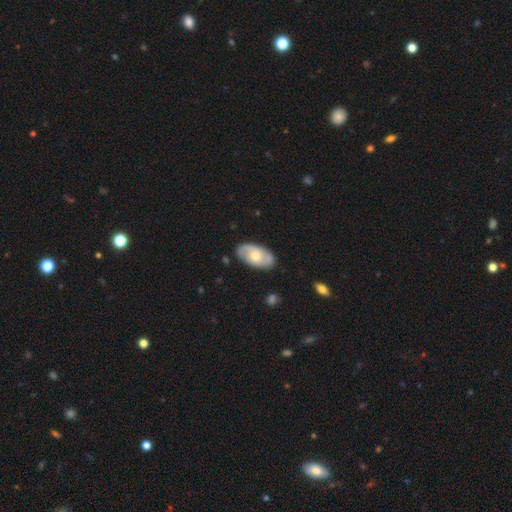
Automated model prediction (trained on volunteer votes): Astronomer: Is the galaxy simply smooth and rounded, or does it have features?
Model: featured or disk — 58% (runner-up: smooth, 37%).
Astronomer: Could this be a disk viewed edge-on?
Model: no — 92%.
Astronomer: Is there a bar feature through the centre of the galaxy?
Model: no — 76%.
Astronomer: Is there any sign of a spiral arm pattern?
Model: yes — 74%.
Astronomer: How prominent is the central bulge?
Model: moderate — 61%.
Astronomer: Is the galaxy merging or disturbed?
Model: none — 77%.